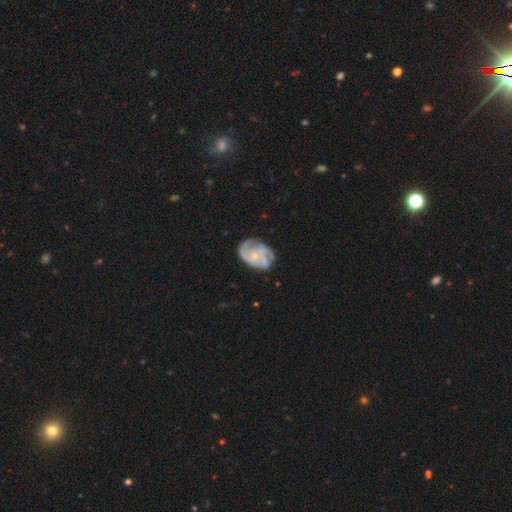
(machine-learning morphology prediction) Q: Smooth or featured?
A: featured or disk (77%); runner-up: smooth (17%)
Q: Edge-on disk?
A: no (98%); runner-up: yes (2%)
Q: Bar?
A: no (77%); runner-up: weak (20%)
Q: Spiral arms?
A: yes (88%); runner-up: no (12%)
Q: Spiral winding?
A: medium (43%); runner-up: tight (37%)
Q: Spiral arm count?
A: 3 (34%); runner-up: can't tell (25%)
Q: Bulge size?
A: small (70%); runner-up: moderate (24%)
Q: Merging?
A: none (58%); runner-up: minor disturbance (25%)